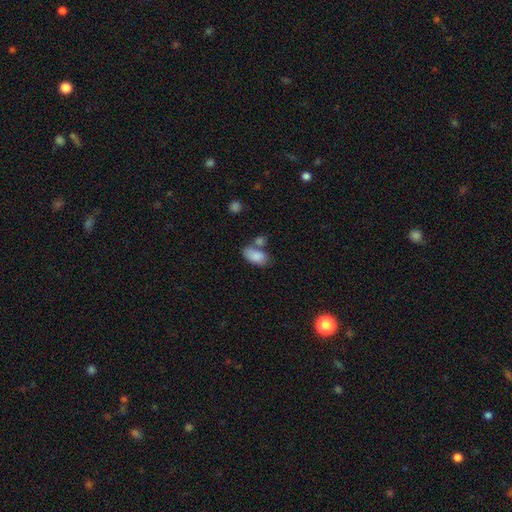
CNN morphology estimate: type=smooth (84%); roundness=in between (93%); merging=none (48%).